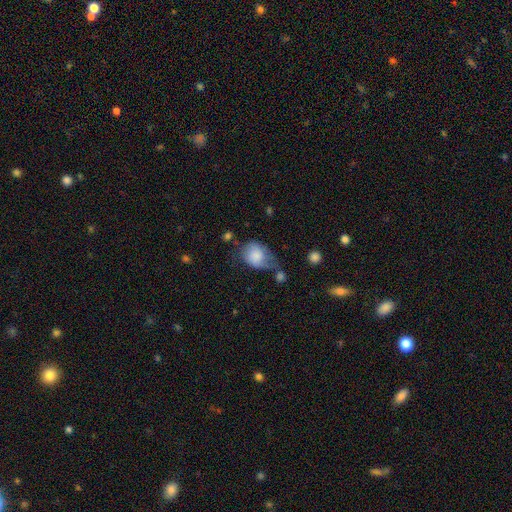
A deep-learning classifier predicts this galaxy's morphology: A smooth galaxy with no disk features (77%) that is in between round and cigar-shaped (64%). Merging: minor disturbance (36%).